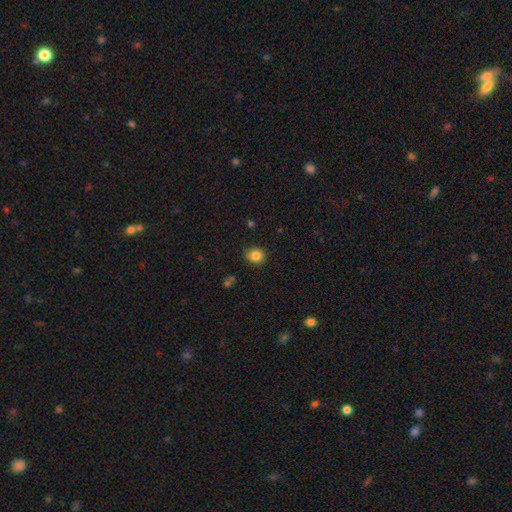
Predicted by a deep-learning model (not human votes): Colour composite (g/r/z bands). It shows a smooth galaxy with no disk features (84%) that is round (72%). Merging: none (85%).